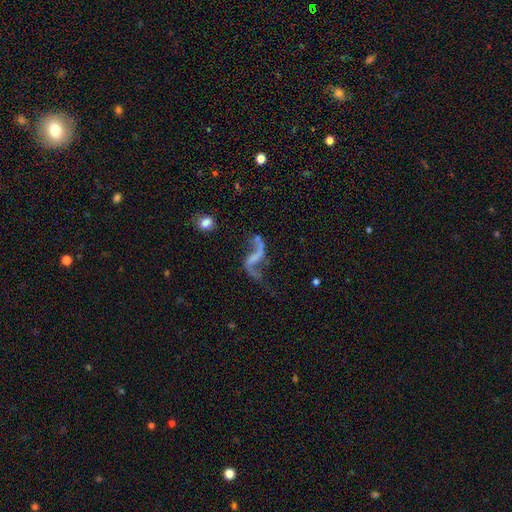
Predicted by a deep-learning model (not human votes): smooth-or-featured: featured or disk: 84% | star or artifact: 8% | smooth: 7%
  disk-edge-on: no: 96% | yes: 4%
    bar: no: 36% | weak: 33% | strong: 32%
    has-spiral-arms: yes: 92% | no: 8%
      spiral-winding: loose: 93% | medium: 5% | tight: 2%
      spiral-arm-count: 2: 90% | 1: 5% | can't tell: 2% | 3: 1% | 4: 1% | more than 4: 1%
    bulge-size: none: 71% | small: 20% | moderate: 6% | large: 2% | dominant: 1%
  merging: none: 56% | major disturbance: 19% | minor disturbance: 18% | merger: 7%